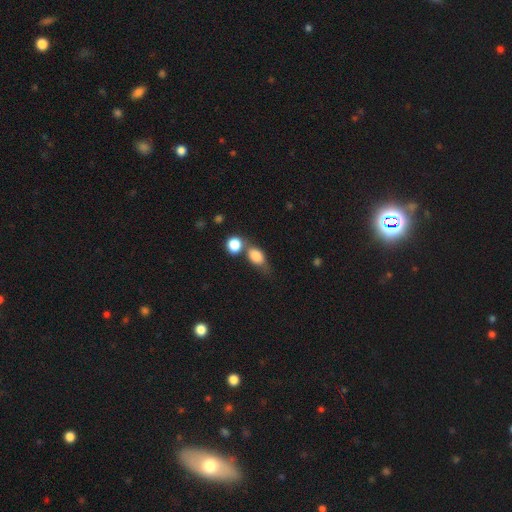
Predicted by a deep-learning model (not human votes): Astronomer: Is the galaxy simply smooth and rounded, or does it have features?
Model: smooth — 80%.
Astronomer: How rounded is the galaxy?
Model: in between — 67%.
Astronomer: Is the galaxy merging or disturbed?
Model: merger — 37% (runner-up: none, 35%).